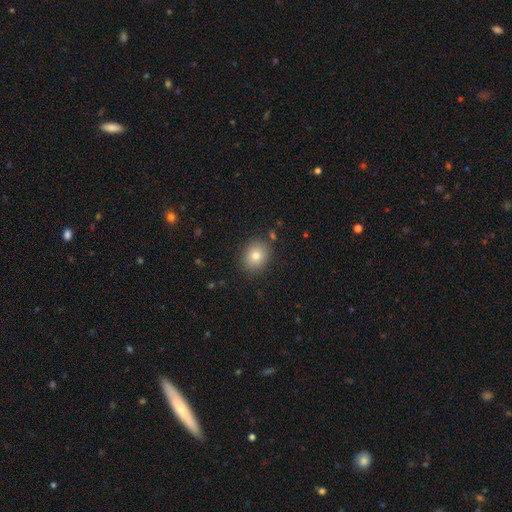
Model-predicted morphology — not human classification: A smooth galaxy with no disk features (79%) that is round (62%). Merging: none (87%).